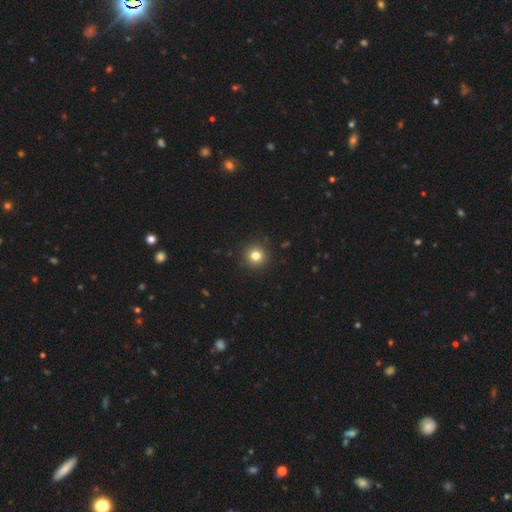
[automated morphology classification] Q: Smooth or featured?
A: smooth (82%); runner-up: star or artifact (12%)
Q: How rounded?
A: round (94%); runner-up: in between (5%)
Q: Merging?
A: none (92%); runner-up: minor disturbance (5%)